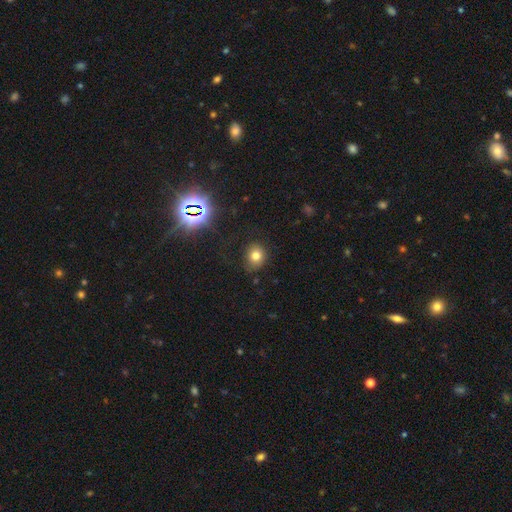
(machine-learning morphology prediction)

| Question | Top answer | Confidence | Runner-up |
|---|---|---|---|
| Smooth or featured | smooth | 74% | star or artifact (17%) |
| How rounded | round | 73% | in between (26%) |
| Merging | none | 78% | minor disturbance (16%) |